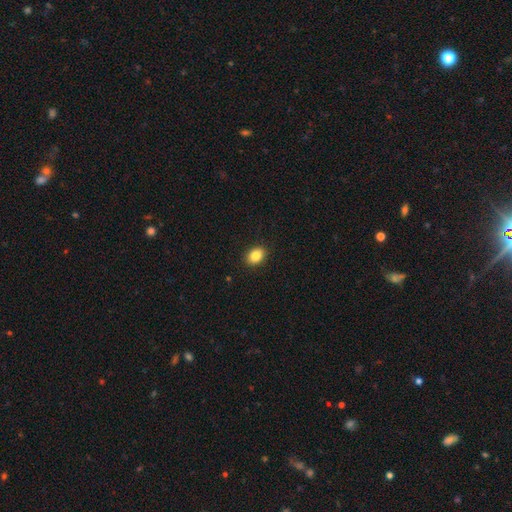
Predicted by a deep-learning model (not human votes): This appears to be a smooth galaxy with no disk features (85%) that is in between round and cigar-shaped (68%). Merging: none (90%).